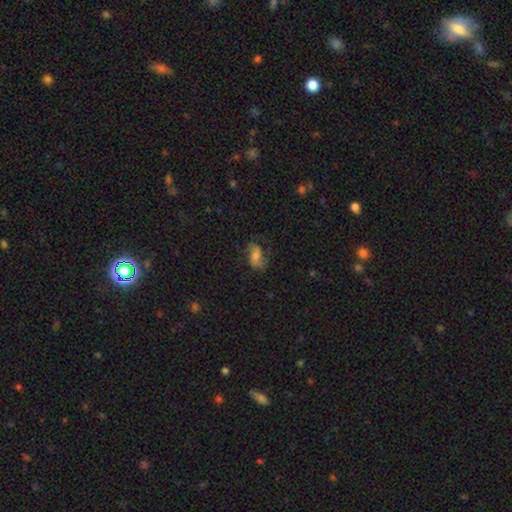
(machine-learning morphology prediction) A featured or disk galaxy (50%). Merging: none (64%).